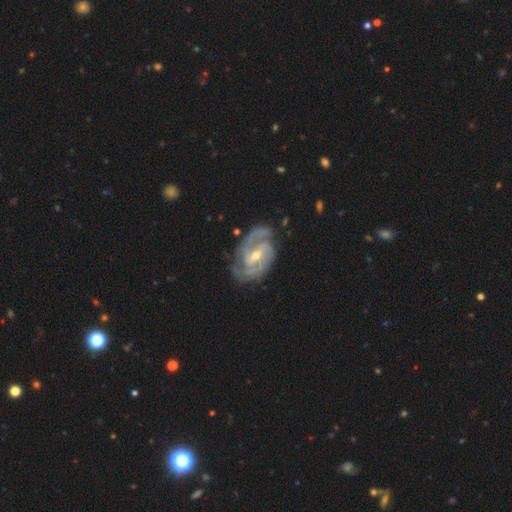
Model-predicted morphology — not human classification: The model was most divided on "spiral winding": tight: 50%, medium: 43%, loose: 8%. Remaining: spiral arms — yes (98%); edge-on disk — no (97%); smooth or featured — featured or disk (92%); merging — none (75%); spiral arm count — 2 (66%); bulge size — small (53%); bar — weak (45%).